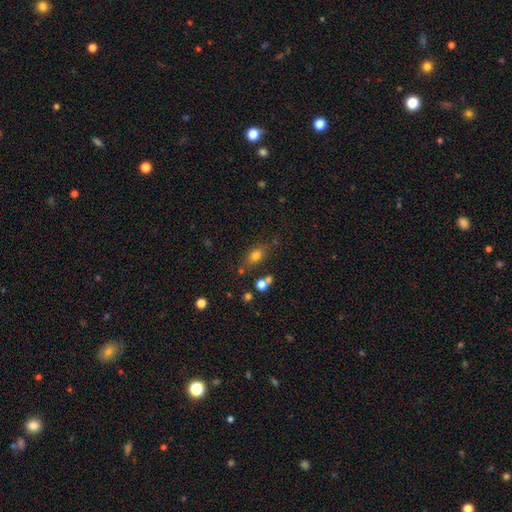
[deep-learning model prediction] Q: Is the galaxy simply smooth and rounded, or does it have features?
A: smooth — 76%.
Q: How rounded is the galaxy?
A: in between — 71%.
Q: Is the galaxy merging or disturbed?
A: none — 67%.